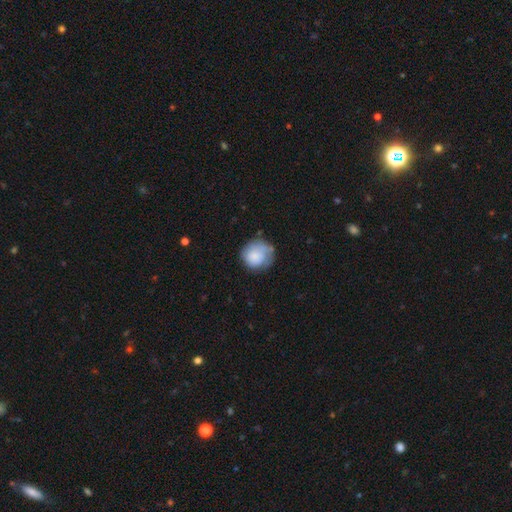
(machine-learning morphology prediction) smooth 76%, featured or disk 17%, star or artifact 7%. Down the decision tree: how rounded — round (82%); merging — none (56%).